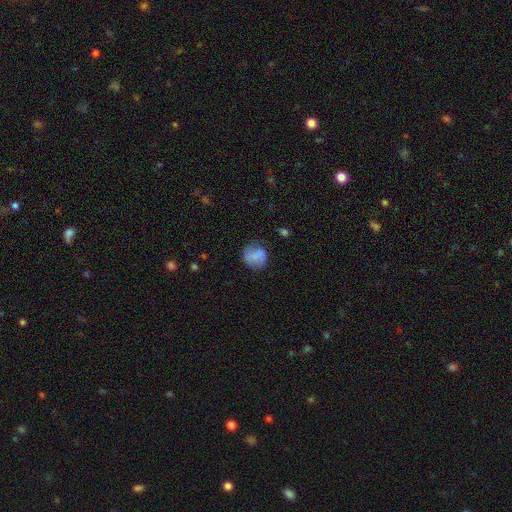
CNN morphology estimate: Smooth or featured? smooth (68%)
How rounded? round (77%)
Merging? none (62%)